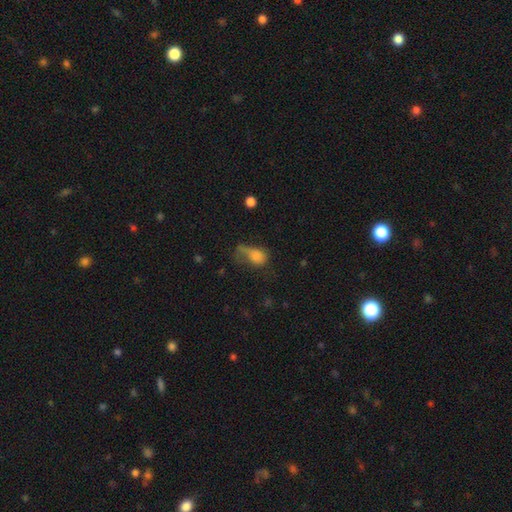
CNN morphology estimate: Smooth or featured: smooth — 68% (featured or disk — 19%)
How rounded: in between — 65% (round — 31%)
Merging: major disturbance — 48% (minor disturbance — 23%)